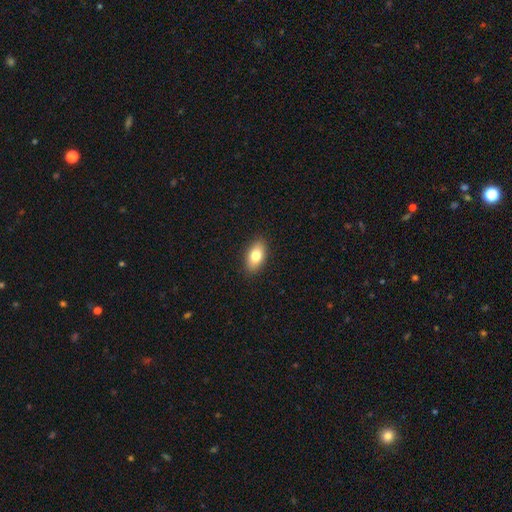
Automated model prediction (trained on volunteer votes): The model was most divided on "smooth or featured": smooth: 79%, featured or disk: 13%, star or artifact: 7%. More confident: how rounded — in between (90%); merging — none (89%).